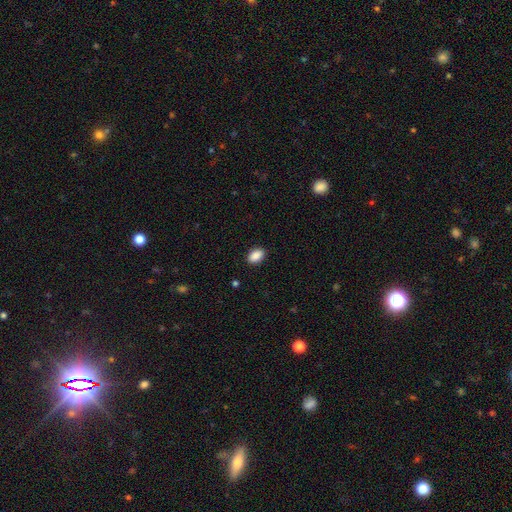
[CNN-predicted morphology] This is clearly a smooth galaxy (89%). How rounded: clearly in between (88%). Merging: clearly none (89%).